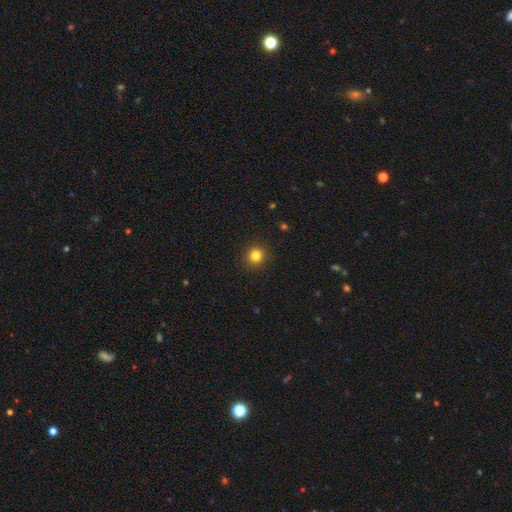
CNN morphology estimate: smooth_or_featured: smooth (p=0.82) [alt: star or artifact p=0.13]
how_rounded: round (p=0.93) [alt: in between p=0.06]
merging: none (p=0.92) [alt: minor disturbance p=0.05]